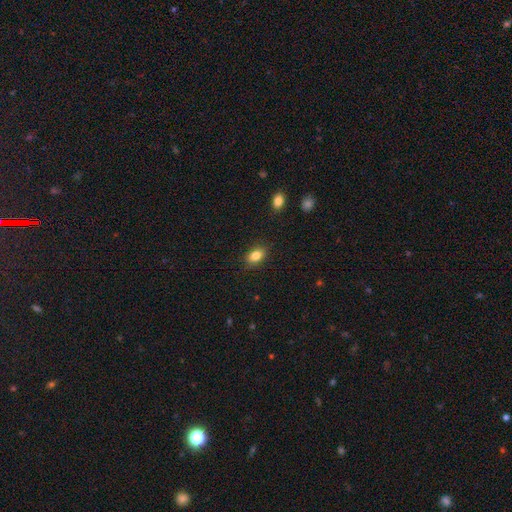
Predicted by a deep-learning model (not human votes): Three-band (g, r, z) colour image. It shows a smooth galaxy with no disk features (84%) that is in between round and cigar-shaped (85%). Merging: none (87%).